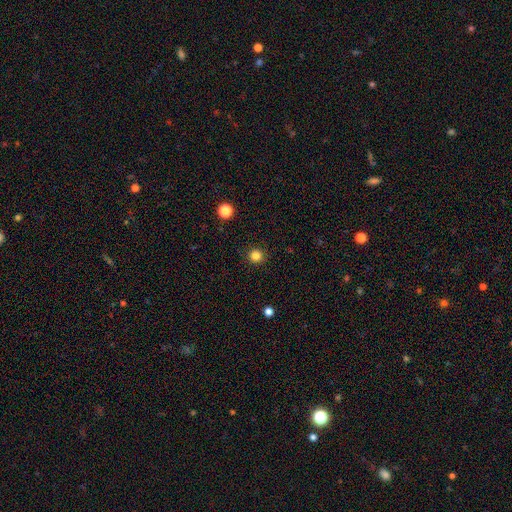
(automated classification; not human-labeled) The model was most divided on "smooth or featured": smooth: 84%, star or artifact: 13%, featured or disk: 4%. More confident: how rounded — round (95%); merging — none (92%).